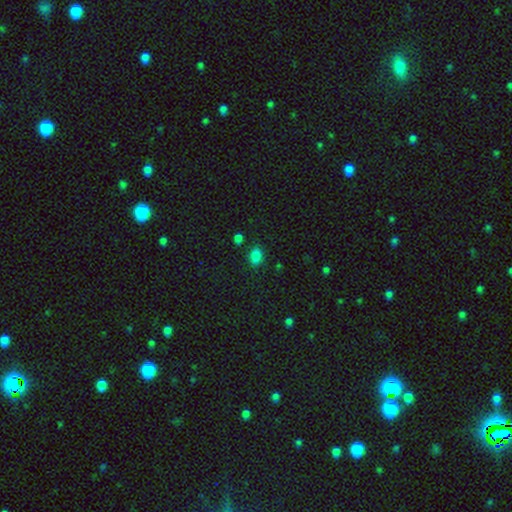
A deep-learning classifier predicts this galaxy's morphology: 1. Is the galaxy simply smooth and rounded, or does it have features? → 82% smooth, 13% star or artifact, 5% featured or disk.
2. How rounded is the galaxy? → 83% in between, 15% round, 2% cigar-shaped.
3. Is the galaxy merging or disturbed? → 80% none, 13% minor disturbance, 4% merger, 3% major disturbance.